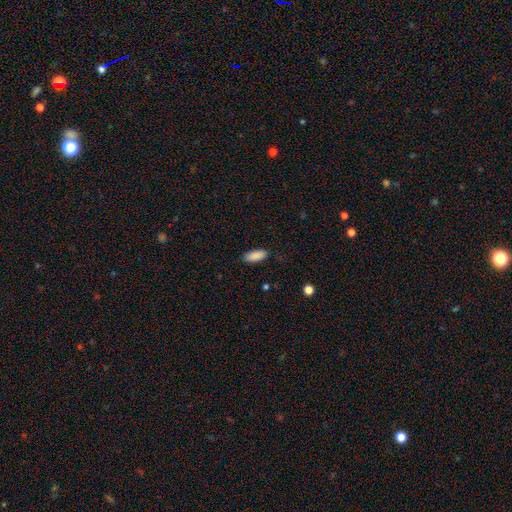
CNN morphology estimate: The model was most divided on "how rounded": in between: 77%, cigar-shaped: 21%, round: 2%. More confident: smooth or featured — smooth (90%); merging — none (87%).